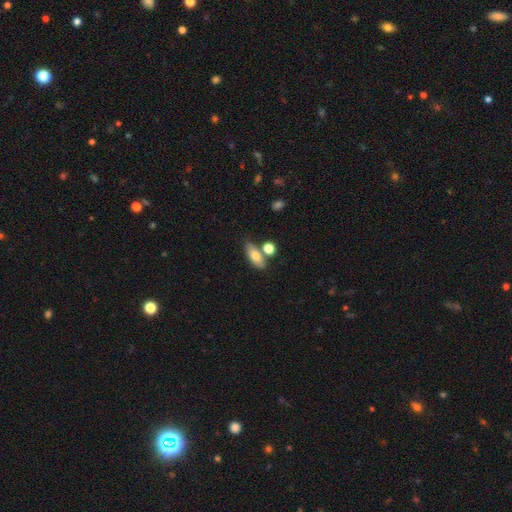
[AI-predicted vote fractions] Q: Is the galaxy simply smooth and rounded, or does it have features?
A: smooth — 72%.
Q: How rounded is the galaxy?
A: in between — 76%.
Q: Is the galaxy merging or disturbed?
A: none — 61%.